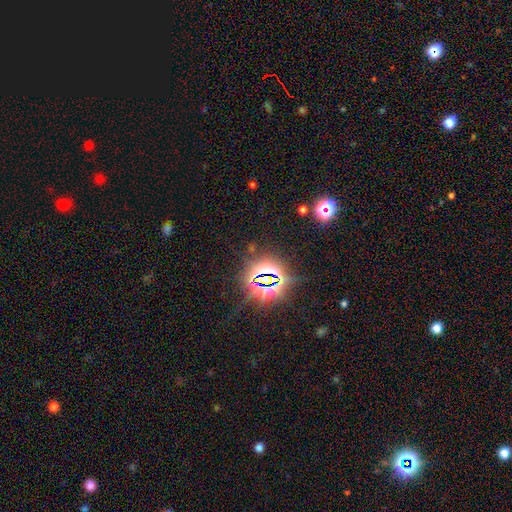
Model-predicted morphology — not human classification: A star or artifact, not a galaxy (83%).

Vote fractions:
- Smooth or featured? star or artifact: 83% / smooth: 9% / featured or disk: 8%